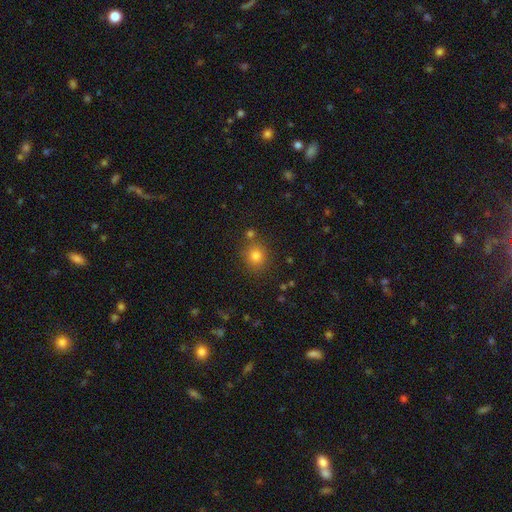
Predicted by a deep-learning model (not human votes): smooth-or-featured: smooth: 79% | star or artifact: 14% | featured or disk: 7%
  how-rounded: round: 80% | in between: 19% | cigar-shaped: 1%
  merging: none: 79% | minor disturbance: 9% | merger: 8% | major disturbance: 3%